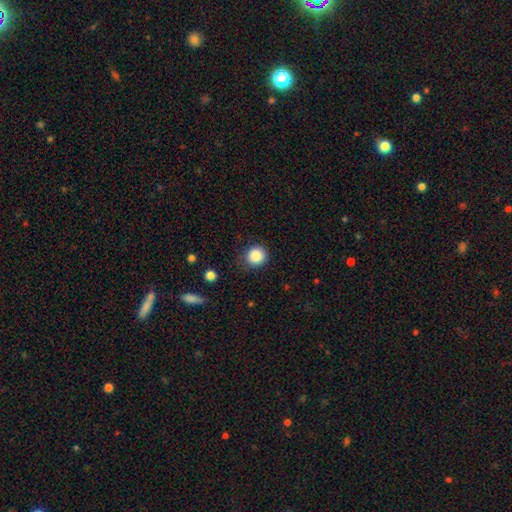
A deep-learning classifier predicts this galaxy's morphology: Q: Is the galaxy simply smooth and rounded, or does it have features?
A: smooth — 86%.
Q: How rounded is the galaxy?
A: round — 87%.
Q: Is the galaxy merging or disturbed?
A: none — 81%.